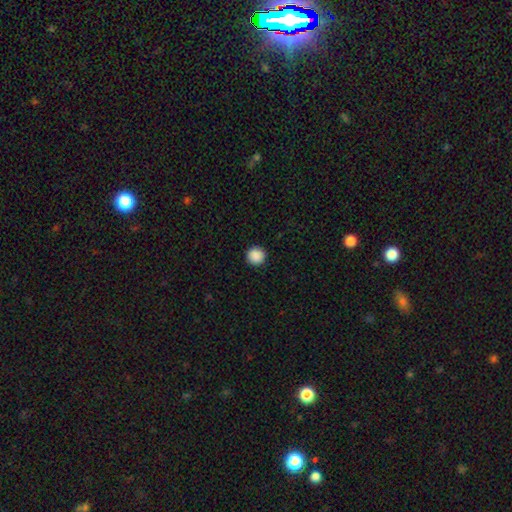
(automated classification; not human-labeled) smooth_or_featured: smooth (p=0.89) [alt: star or artifact p=0.09]
how_rounded: round (p=0.95) [alt: in between p=0.04]
merging: none (p=0.93) [alt: minor disturbance p=0.05]